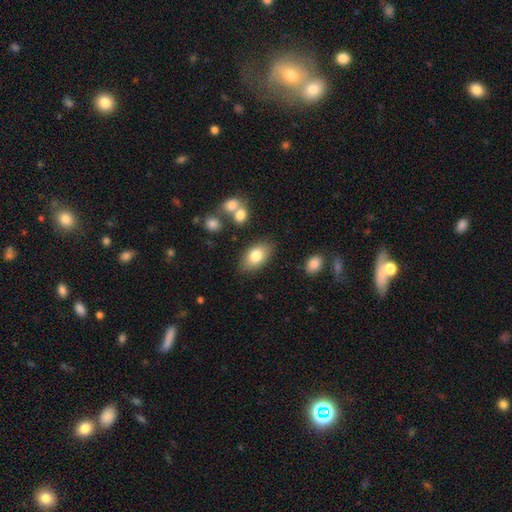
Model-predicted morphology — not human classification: Smooth or featured? smooth (79%)
How rounded? in between (92%)
Merging? none (81%)